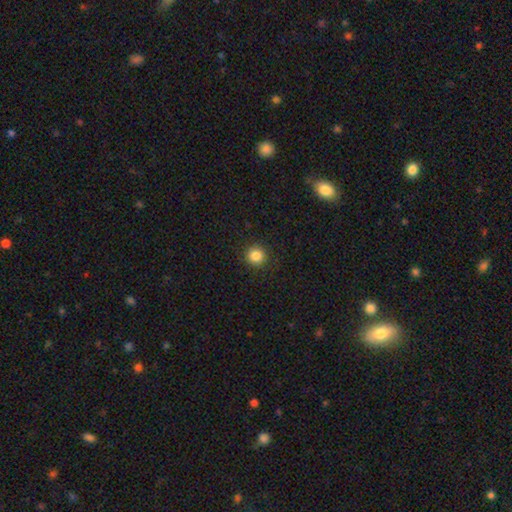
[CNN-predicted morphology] Smooth or featured? smooth (85%)
How rounded? round (95%)
Merging? none (92%)